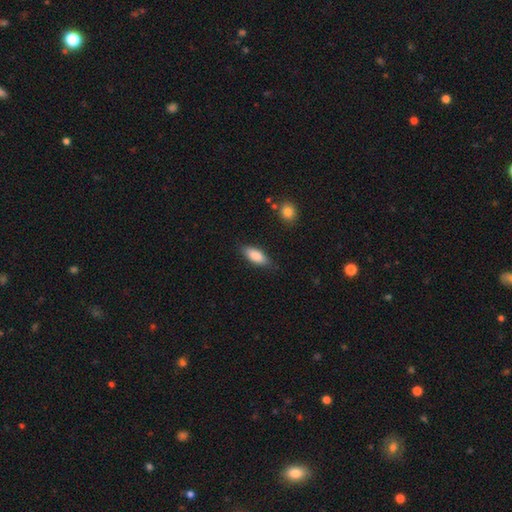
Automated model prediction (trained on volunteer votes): A smooth galaxy with no disk features (85%) that is in between round and cigar-shaped (77%).

Vote fractions:
- Smooth or featured? smooth: 85% / featured or disk: 9% / star or artifact: 6%
- How rounded? in between: 77% / cigar-shaped: 21% / round: 2%
- Merging? none: 80% / minor disturbance: 16% / major disturbance: 3% / merger: 2%